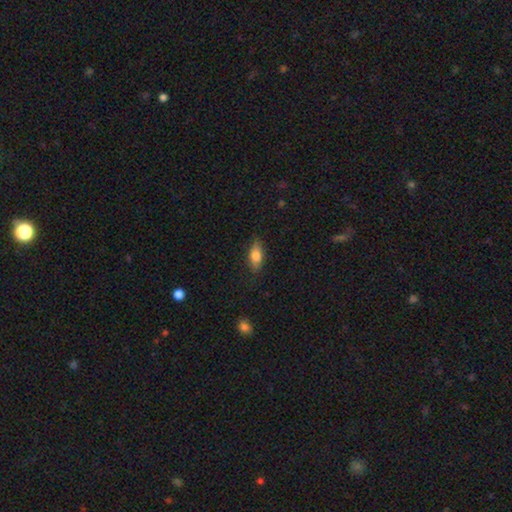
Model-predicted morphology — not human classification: Smooth or featured? Predicted: smooth (p=0.75). How rounded? Predicted: in between (p=0.77). Merging? Predicted: none (p=0.82).